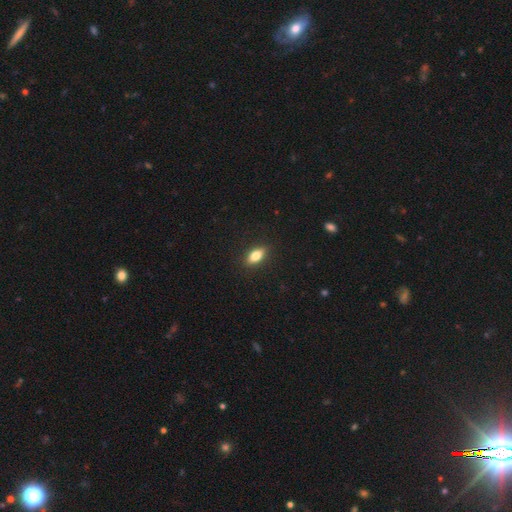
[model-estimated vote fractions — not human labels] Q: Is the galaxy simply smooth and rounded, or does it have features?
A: smooth — 77%.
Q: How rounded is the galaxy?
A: in between — 82%.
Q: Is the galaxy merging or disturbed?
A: none — 89%.